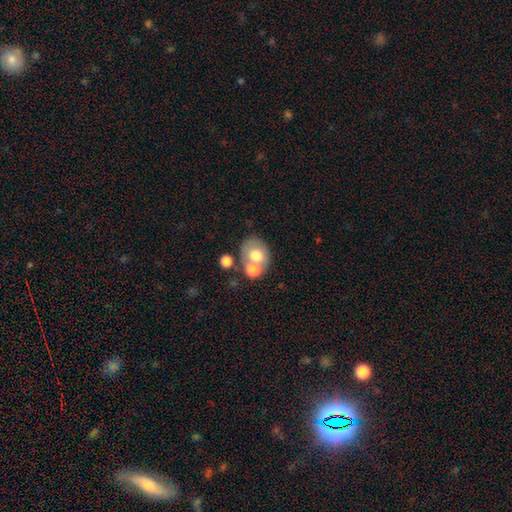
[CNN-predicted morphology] Smooth or featured?
  - smooth: 65% *
  - featured or disk: 25%
  - star or artifact: 9%
How rounded?
  - round: 51% *
  - in between: 48%
  - cigar-shaped: 1%
Merging?
  - none: 43% *
  - merger: 40%
  - minor disturbance: 12%
  - major disturbance: 6%